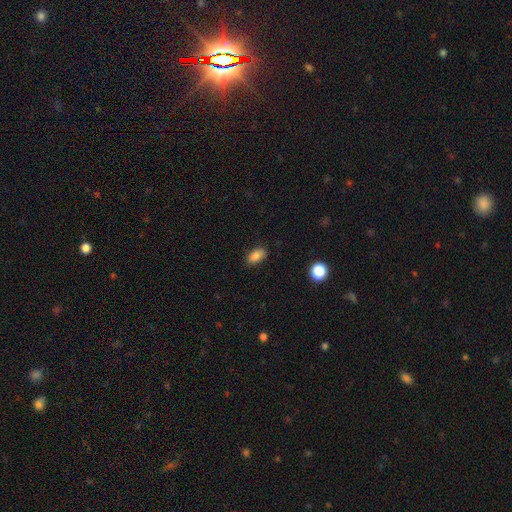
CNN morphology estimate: smooth 85%, star or artifact 9%, featured or disk 6%. Down the decision tree: how rounded — in between (91%); merging — none (85%).